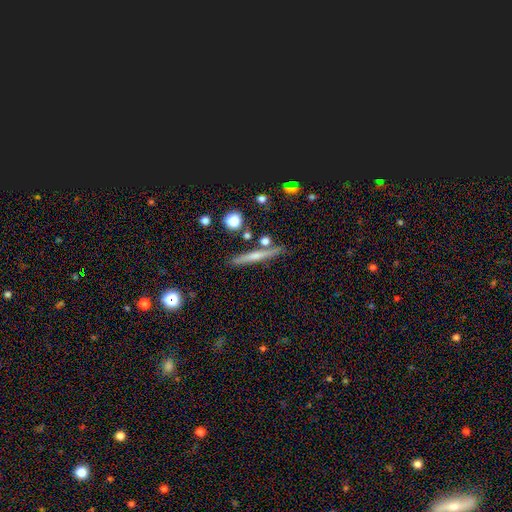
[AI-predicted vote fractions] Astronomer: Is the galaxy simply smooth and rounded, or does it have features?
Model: featured or disk — 49% (runner-up: smooth, 42%).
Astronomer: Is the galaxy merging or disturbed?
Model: none — 83%.